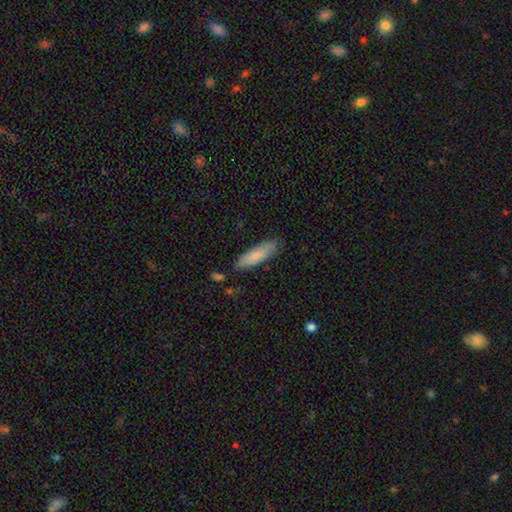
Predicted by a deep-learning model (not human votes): Q: Smooth or featured?
A: smooth (81%); runner-up: featured or disk (13%)
Q: How rounded?
A: cigar-shaped (60%); runner-up: in between (38%)
Q: Merging?
A: none (79%); runner-up: minor disturbance (15%)